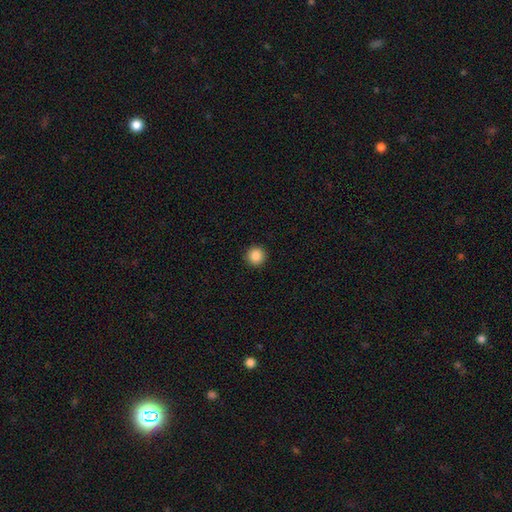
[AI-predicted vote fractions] A smooth galaxy with no disk features (87%) that is round (96%).

Vote fractions:
- Smooth or featured? smooth: 87% / star or artifact: 10% / featured or disk: 3%
- How rounded? round: 96% / in between: 3% / cigar-shaped: 1%
- Merging? none: 93% / minor disturbance: 4% / major disturbance: 2% / merger: 1%